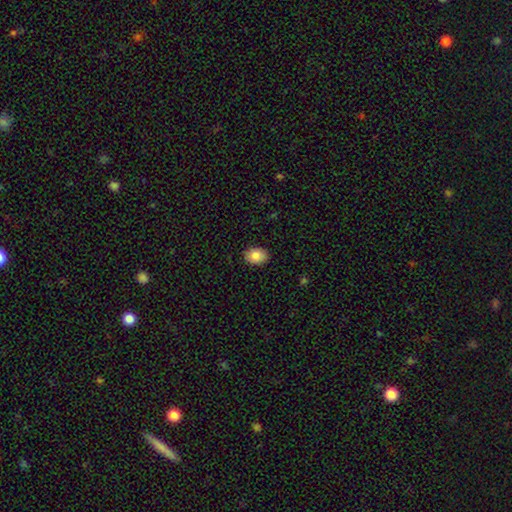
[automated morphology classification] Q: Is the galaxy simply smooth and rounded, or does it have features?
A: smooth — 85%.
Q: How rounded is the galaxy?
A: in between — 75%.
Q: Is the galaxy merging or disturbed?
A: none — 88%.